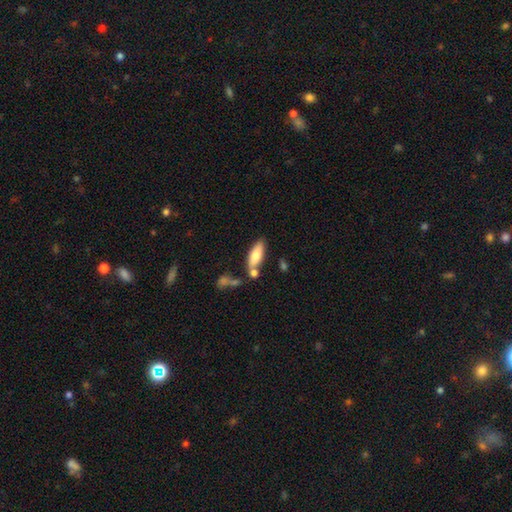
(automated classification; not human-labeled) Morphology: type=smooth (74%); roundness=in between (69%); merging=none (63%).